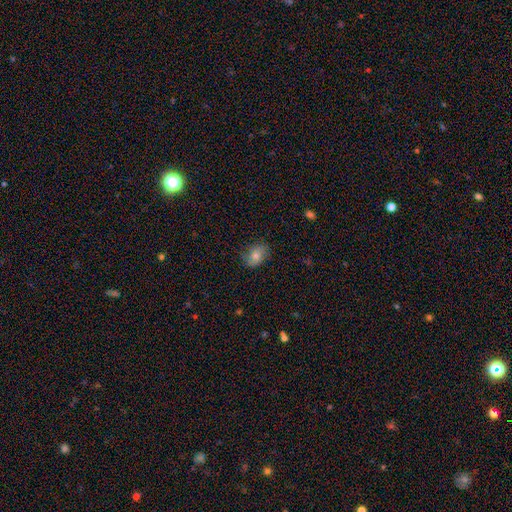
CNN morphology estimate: Q: Smooth or featured?
A: smooth (63%); runner-up: featured or disk (26%)
Q: How rounded?
A: in between (73%); runner-up: round (25%)
Q: Merging?
A: none (78%); runner-up: minor disturbance (16%)